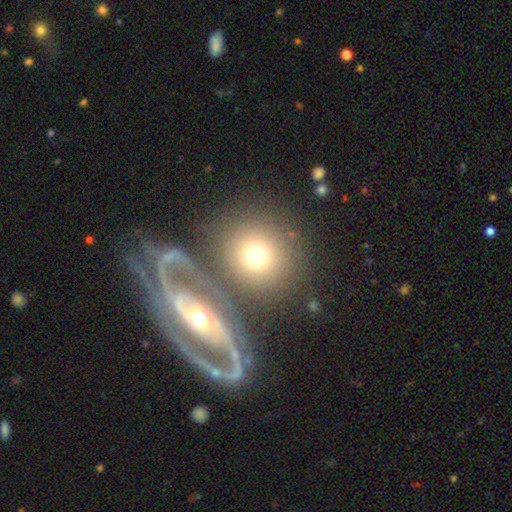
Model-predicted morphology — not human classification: smooth-or-featured: smooth: 66% | featured or disk: 24% | star or artifact: 10%
  how-rounded: round: 83% | in between: 15% | cigar-shaped: 1%
  merging: none: 53% | merger: 30% | minor disturbance: 10% | major disturbance: 7%